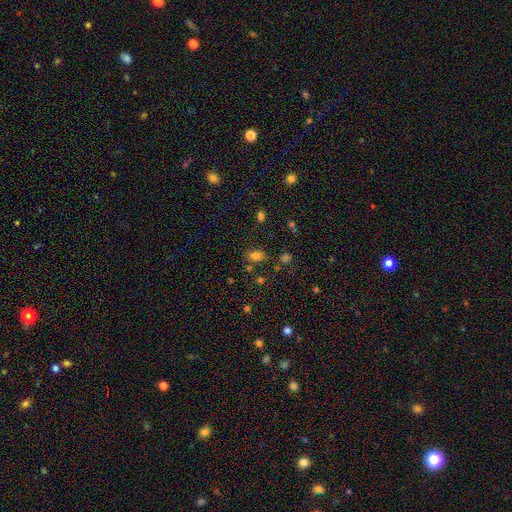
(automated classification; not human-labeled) Morphology: type=smooth (76%); roundness=in between (85%); merging=none (73%).